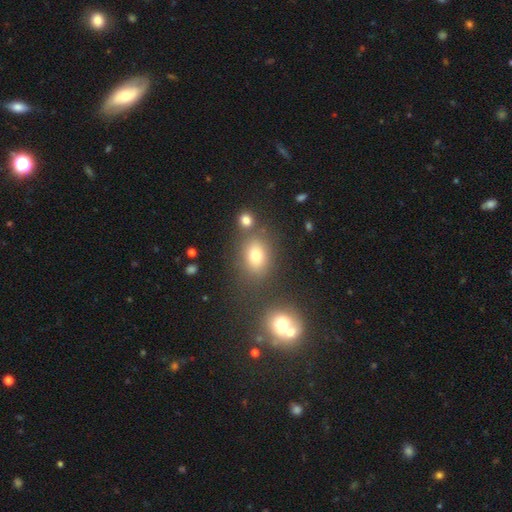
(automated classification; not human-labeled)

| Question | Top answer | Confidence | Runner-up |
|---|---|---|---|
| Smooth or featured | smooth | 73% | star or artifact (16%) |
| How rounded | in between | 56% | round (42%) |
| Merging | none | 70% | merger (13%) |